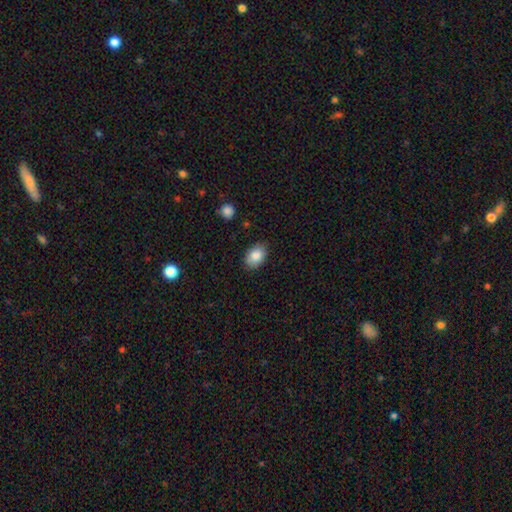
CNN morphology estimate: A smooth galaxy with no disk features (86%) that is in between round and cigar-shaped (86%).

Vote fractions:
- Smooth or featured? smooth: 86% / star or artifact: 7% / featured or disk: 7%
- How rounded? in between: 86% / round: 13% / cigar-shaped: 1%
- Merging? none: 84% / minor disturbance: 13% / major disturbance: 2% / merger: 1%